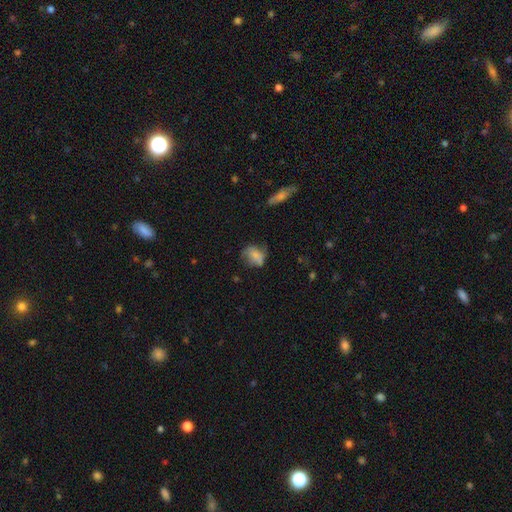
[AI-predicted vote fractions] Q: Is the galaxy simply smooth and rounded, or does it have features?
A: smooth — 67%.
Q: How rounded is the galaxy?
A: in between — 68%.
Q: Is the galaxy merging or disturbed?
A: none — 47%.